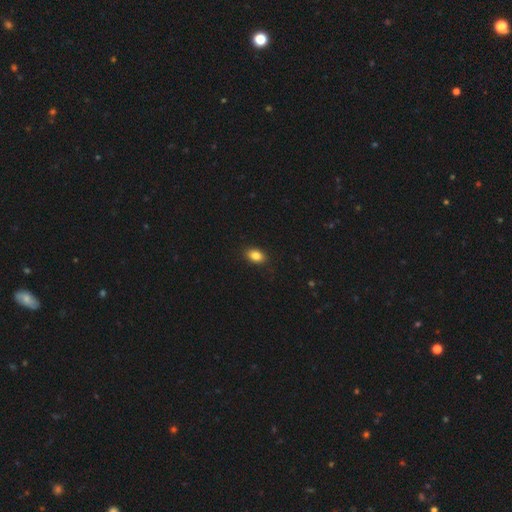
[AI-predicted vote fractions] A smooth galaxy with no disk features (85%) that is in between round and cigar-shaped (82%). Merging: none (88%).